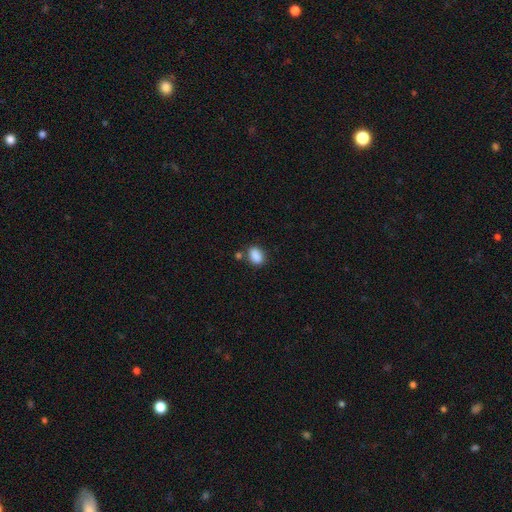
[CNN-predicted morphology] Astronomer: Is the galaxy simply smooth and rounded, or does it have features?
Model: smooth — 87%.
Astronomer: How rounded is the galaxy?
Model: in between — 76%.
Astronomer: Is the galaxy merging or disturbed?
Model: none — 69%.